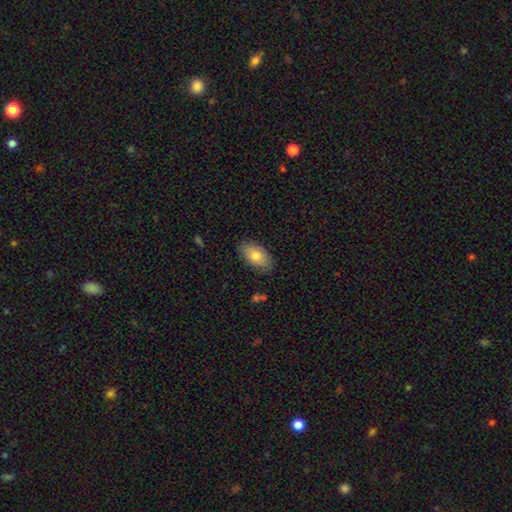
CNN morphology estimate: This is likely a smooth galaxy (77%). How rounded: clearly in between (93%). Merging: clearly none (83%).